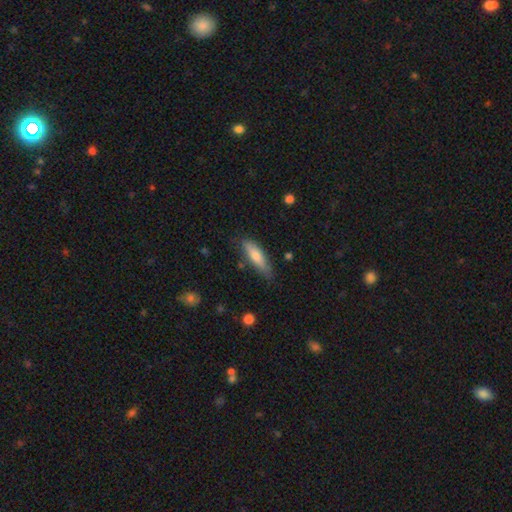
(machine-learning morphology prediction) Smooth or featured? smooth (70%)
How rounded? cigar-shaped (63%)
Merging? none (74%)